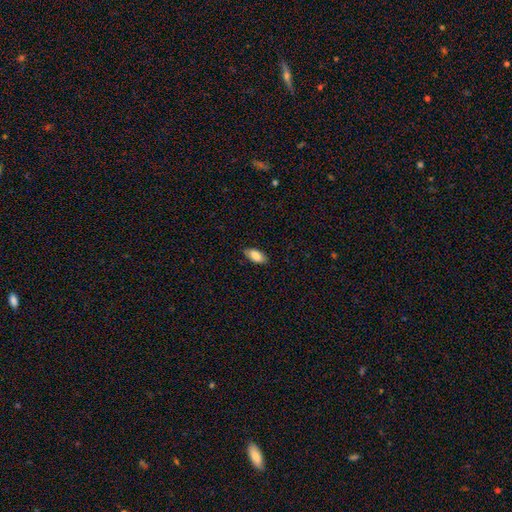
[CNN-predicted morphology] This is clearly a smooth galaxy (86%). How rounded: clearly in between (90%). Merging: clearly none (83%).